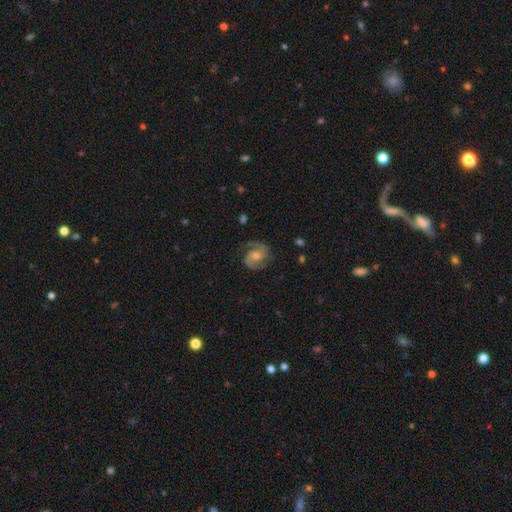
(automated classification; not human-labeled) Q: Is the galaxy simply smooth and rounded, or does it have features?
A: featured or disk — 88%.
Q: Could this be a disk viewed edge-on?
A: no — 98%.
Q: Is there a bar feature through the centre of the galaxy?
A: no — 52%.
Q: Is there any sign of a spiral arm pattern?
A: yes — 98%.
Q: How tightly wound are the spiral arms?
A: medium — 58%.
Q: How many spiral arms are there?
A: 2 — 93%.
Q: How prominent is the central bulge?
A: moderate — 50%.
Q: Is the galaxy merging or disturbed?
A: none — 82%.